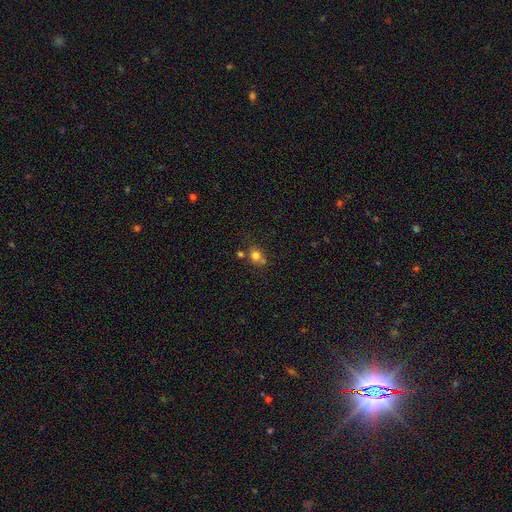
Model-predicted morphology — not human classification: The model was most divided on "merging": none: 58%, merger: 24%, minor disturbance: 13%, major disturbance: 5%. More confident: smooth or featured — smooth (77%); how rounded — round (76%).